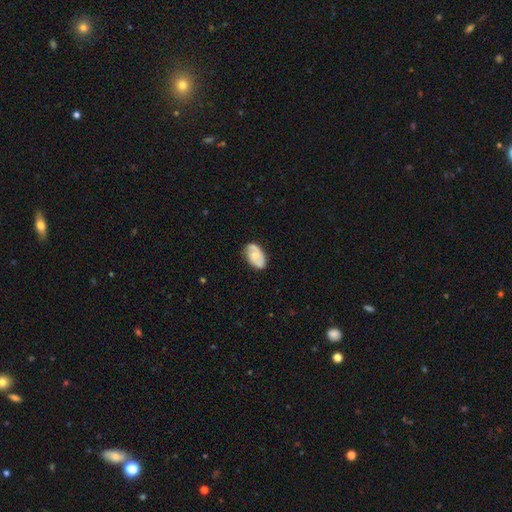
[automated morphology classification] Overall: featured or disk (51%; smooth 43%). Edge-on disk: no (96%). Merging: none (72%).